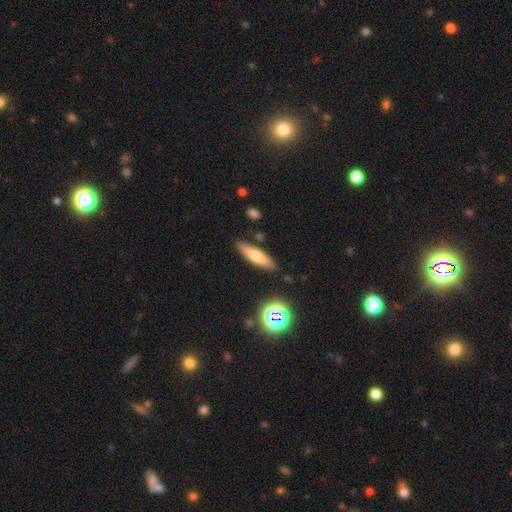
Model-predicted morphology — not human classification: Smooth or featured? Predicted: smooth (p=0.65). How rounded? Predicted: cigar-shaped (p=0.73). Merging? Predicted: none (p=0.84).